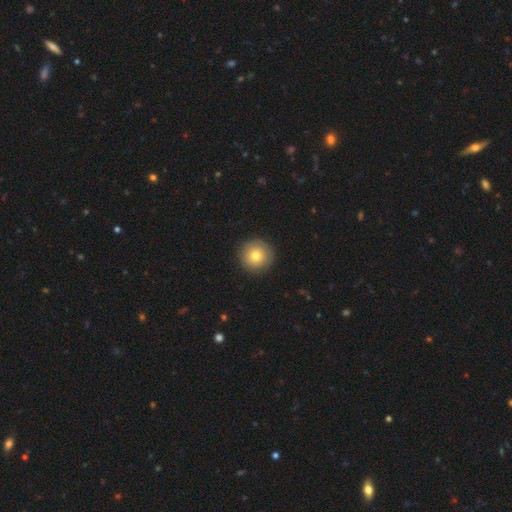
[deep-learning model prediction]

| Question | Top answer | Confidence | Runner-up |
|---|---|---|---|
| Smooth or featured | smooth | 77% | featured or disk (13%) |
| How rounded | round | 96% | in between (3%) |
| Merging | none | 92% | minor disturbance (6%) |